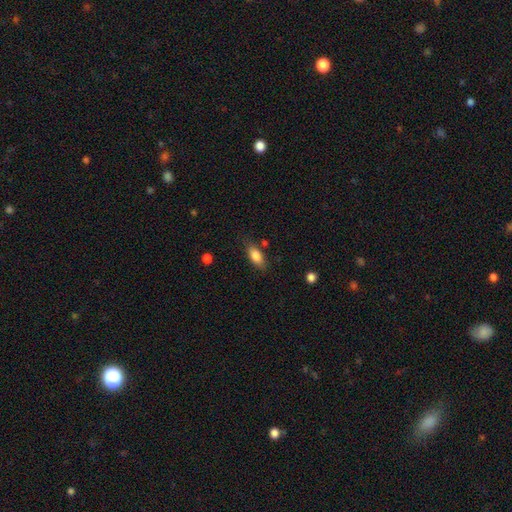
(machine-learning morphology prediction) Smooth or featured? smooth (82%)
How rounded? in between (83%)
Merging? none (75%)